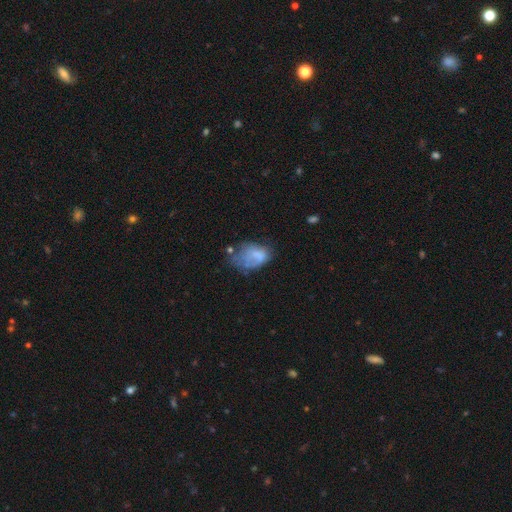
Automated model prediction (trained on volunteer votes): Morphology: type=smooth (58%); roundness=in between (83%); merging=major disturbance (33%).